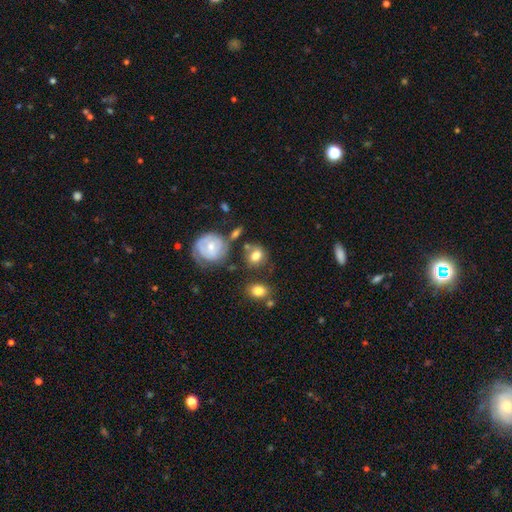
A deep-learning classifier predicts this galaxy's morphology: A smooth galaxy with no disk features (70%) that is round (66%).

Vote fractions:
- Smooth or featured? smooth: 70% / featured or disk: 21% / star or artifact: 9%
- How rounded? round: 66% / in between: 32% / cigar-shaped: 1%
- Merging? none: 62% / minor disturbance: 19% / merger: 10% / major disturbance: 8%